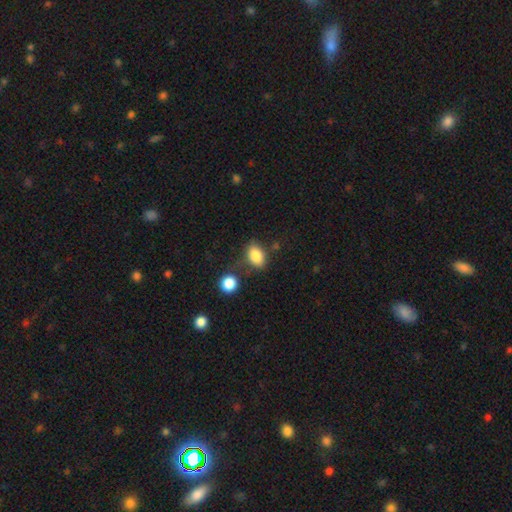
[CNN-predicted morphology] smooth-or-featured: smooth: 84% | star or artifact: 9% | featured or disk: 7%
  how-rounded: in between: 81% | round: 18% | cigar-shaped: 1%
  merging: none: 63% | minor disturbance: 21% | merger: 10% | major disturbance: 6%